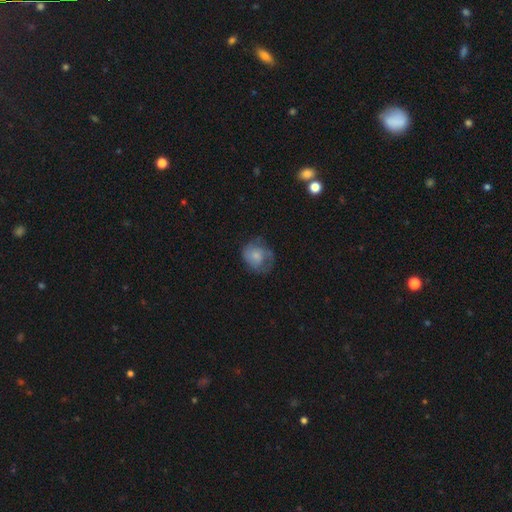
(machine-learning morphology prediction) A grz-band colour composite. It shows a smooth galaxy with no disk features (59%) that is round (65%). Merging: none (49%).